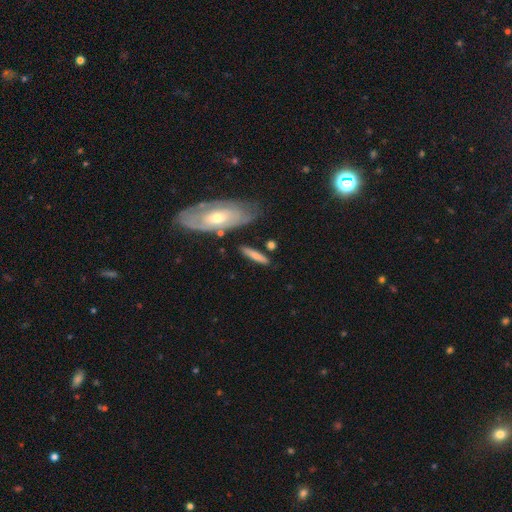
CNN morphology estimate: smooth_or_featured: smooth (p=0.68) [alt: featured or disk p=0.27]
how_rounded: cigar-shaped (p=0.75) [alt: in between p=0.22]
merging: none (p=0.76) [alt: minor disturbance p=0.14]